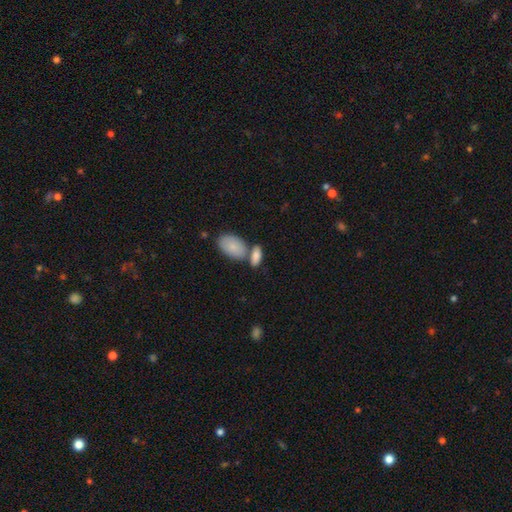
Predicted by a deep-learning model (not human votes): Overall: smooth (83%). How rounded: in between (88%). Merging: none (50%; merger 34%).